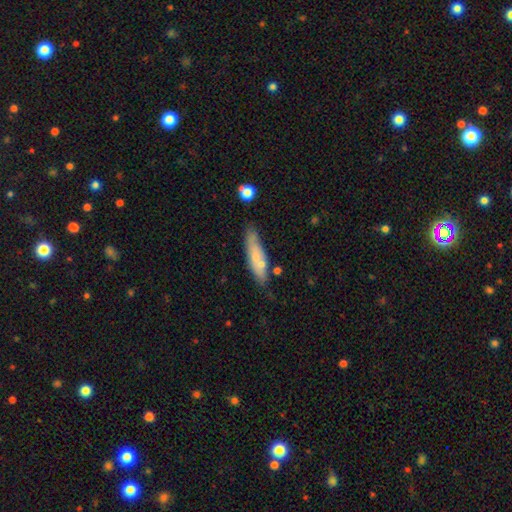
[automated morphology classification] A smooth galaxy with no disk features (63%) that is cigar-shaped (64%). Merging: none (65%).